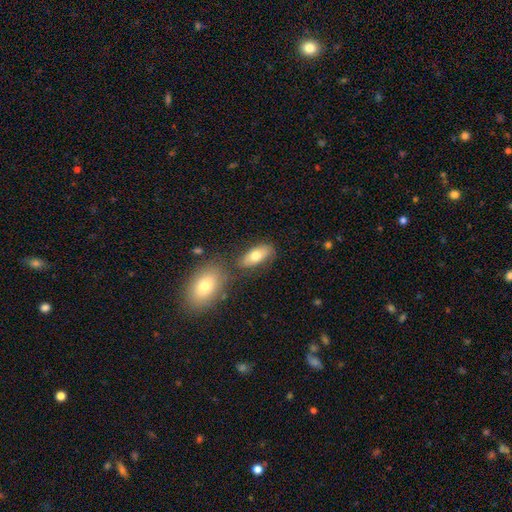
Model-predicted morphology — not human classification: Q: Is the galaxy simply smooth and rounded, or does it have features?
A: smooth — 73%.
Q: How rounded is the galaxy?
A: in between — 86%.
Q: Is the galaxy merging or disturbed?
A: none — 70%.